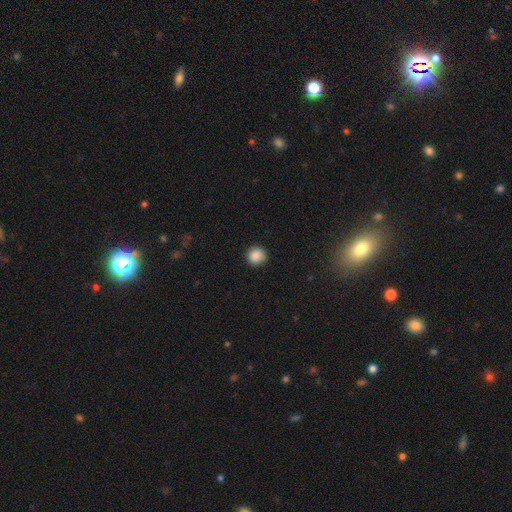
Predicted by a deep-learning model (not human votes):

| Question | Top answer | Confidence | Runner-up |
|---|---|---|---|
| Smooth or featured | smooth | 88% | star or artifact (9%) |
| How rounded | round | 93% | in between (6%) |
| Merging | none | 87% | minor disturbance (9%) |